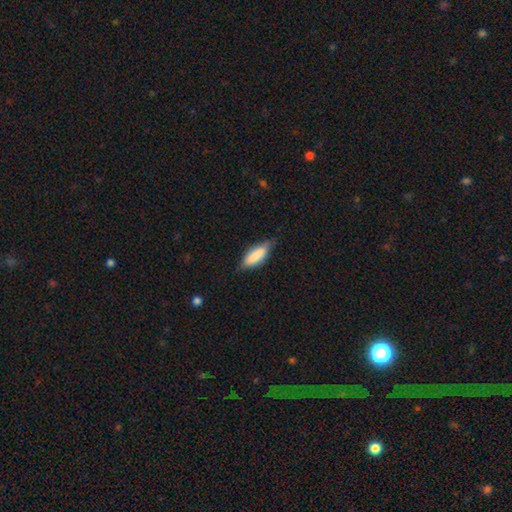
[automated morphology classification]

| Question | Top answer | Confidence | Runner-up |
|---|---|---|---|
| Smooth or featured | smooth | 75% | featured or disk (18%) |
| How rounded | in between | 55% | cigar-shaped (43%) |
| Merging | none | 70% | minor disturbance (24%) |